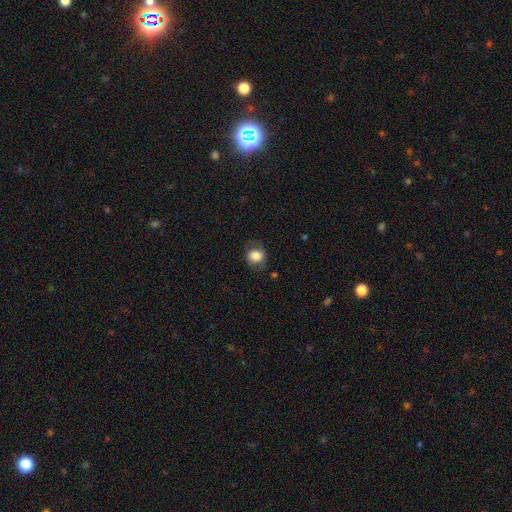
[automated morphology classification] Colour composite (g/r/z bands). It shows a smooth galaxy with no disk features (80%) that is round (70%). Merging: none (70%).